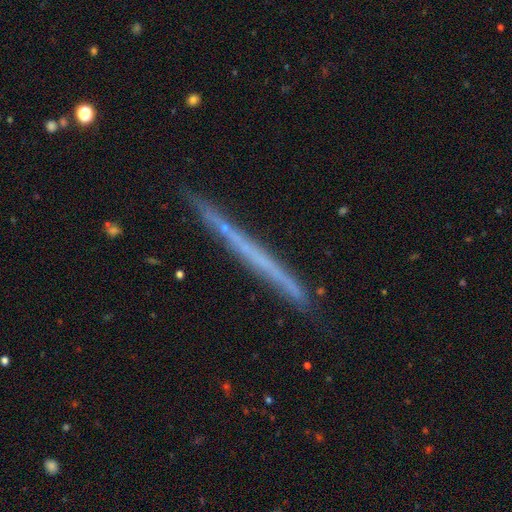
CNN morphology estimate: The model was most divided on "smooth or featured": featured or disk: 55%, smooth: 38%, star or artifact: 7%. More confident: edge-on disk — yes (97%); edge-on bulge — none (94%); merging — none (88%).